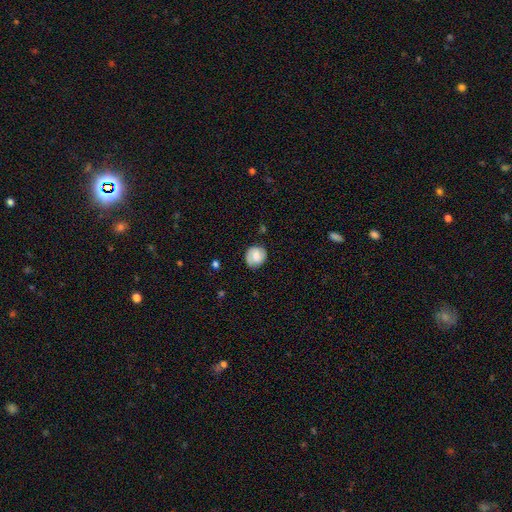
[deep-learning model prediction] smooth 46% (tied), featured or disk 46% (tied), star or artifact 8%. Down the decision tree: merging — none (75%).